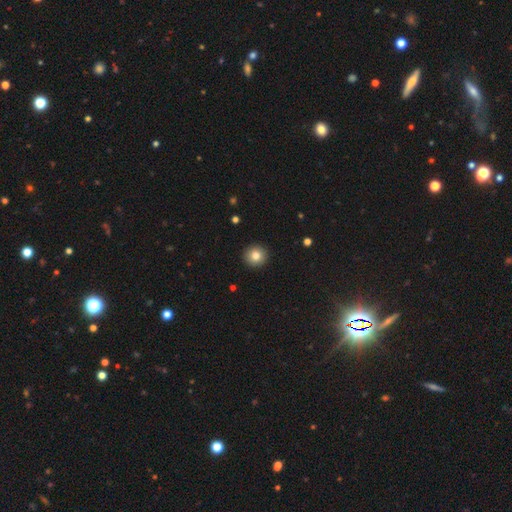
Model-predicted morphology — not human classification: Q: Smooth or featured?
A: smooth (83%); runner-up: star or artifact (10%)
Q: How rounded?
A: round (93%); runner-up: in between (6%)
Q: Merging?
A: none (93%); runner-up: minor disturbance (5%)